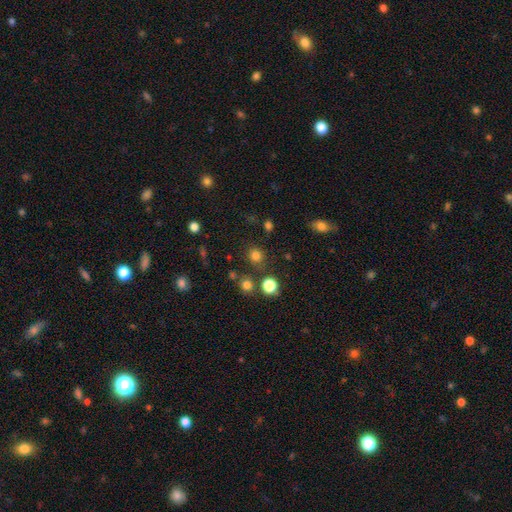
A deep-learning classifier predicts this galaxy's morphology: smooth 78%, star or artifact 17%, featured or disk 5%. Down the decision tree: how rounded — round (85%); merging — none (82%).